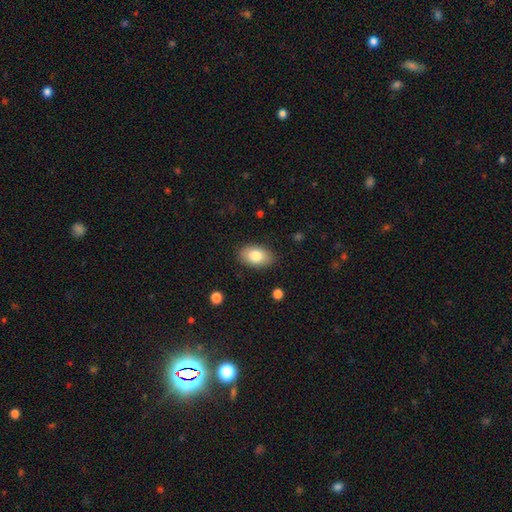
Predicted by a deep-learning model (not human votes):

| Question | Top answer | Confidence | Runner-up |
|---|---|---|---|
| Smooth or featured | smooth | 82% | featured or disk (11%) |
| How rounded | in between | 92% | round (7%) |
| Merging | none | 87% | minor disturbance (10%) |